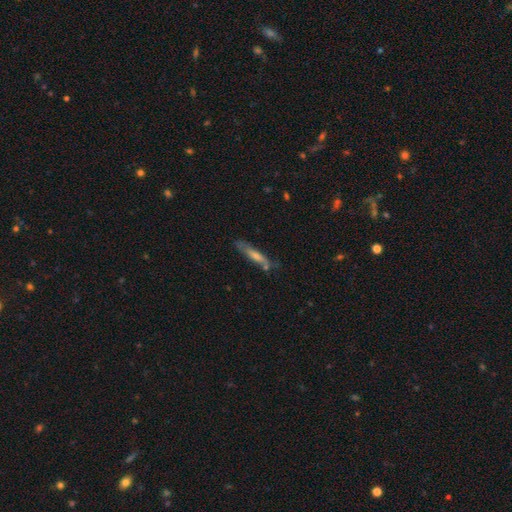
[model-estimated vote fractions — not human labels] Morphology: type=smooth (46%, tied with featured or disk); merging=none (70%).